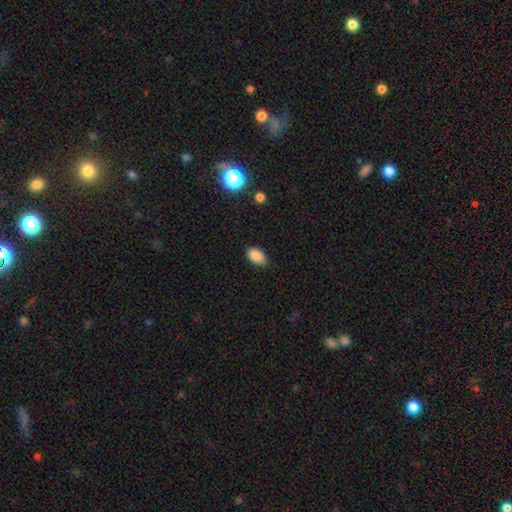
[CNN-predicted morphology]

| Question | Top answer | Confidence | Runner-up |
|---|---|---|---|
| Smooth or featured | smooth | 87% | star or artifact (9%) |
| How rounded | in between | 91% | round (7%) |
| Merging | none | 80% | minor disturbance (16%) |